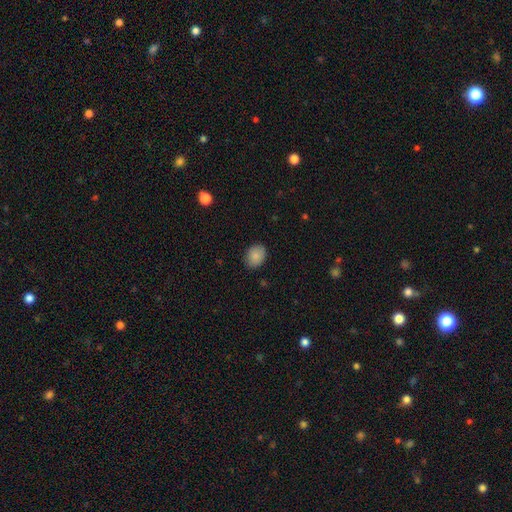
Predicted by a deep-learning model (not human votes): Overall: smooth (87%). How rounded: in between (59%; round 40%). Merging: none (85%).